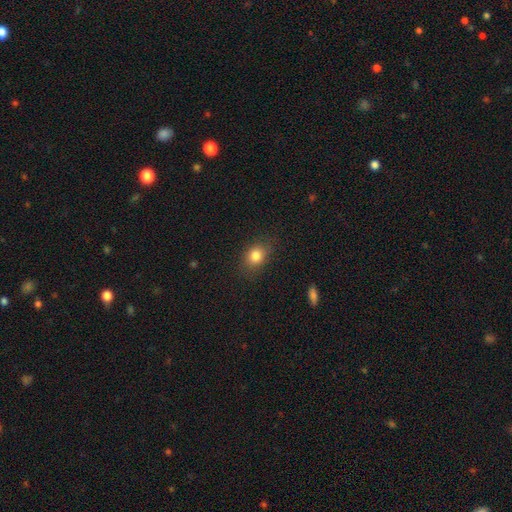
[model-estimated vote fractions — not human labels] smooth_or_featured: smooth (p=0.83) [alt: star or artifact p=0.10]
how_rounded: in between (p=0.56) [alt: round p=0.42]
merging: none (p=0.82) [alt: minor disturbance p=0.13]